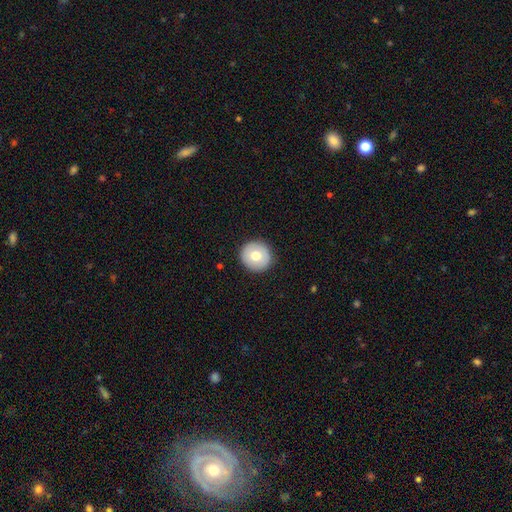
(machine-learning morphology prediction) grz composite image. It shows a smooth galaxy with no disk features (72%) that is round (94%). Merging: none (92%).